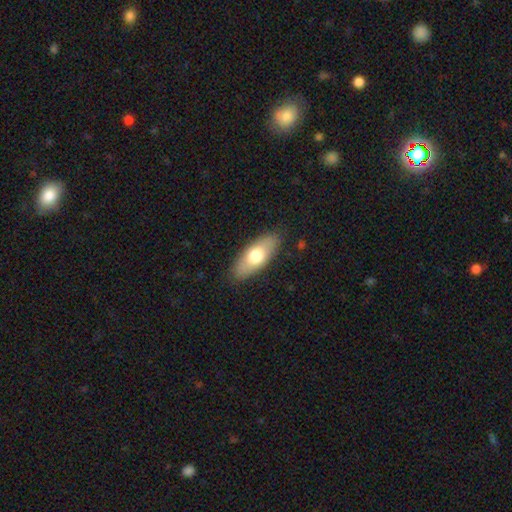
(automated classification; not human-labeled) The model was most divided on "smooth or featured": smooth: 69%, featured or disk: 25%, star or artifact: 6%. More confident: merging — none (86%); how rounded — in between (79%).